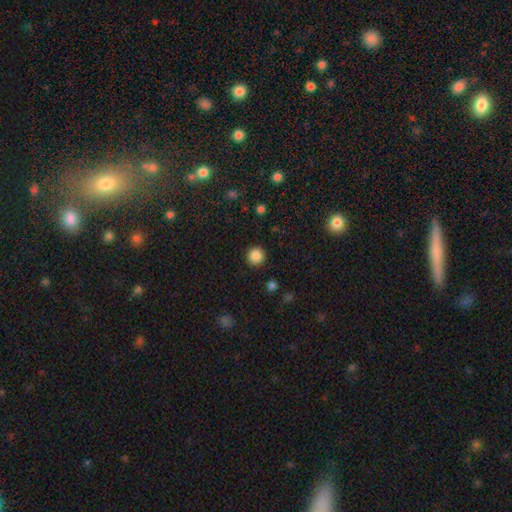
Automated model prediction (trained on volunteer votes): Overall: smooth (86%). How rounded: round (95%). Merging: none (91%).